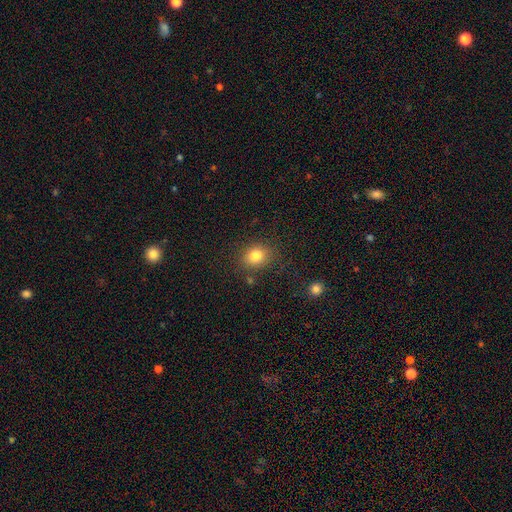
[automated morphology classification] smooth-or-featured: smooth: 82% | star or artifact: 11% | featured or disk: 7%
  how-rounded: round: 60% | in between: 39% | cigar-shaped: 1%
  merging: none: 81% | minor disturbance: 12% | major disturbance: 4% | merger: 3%